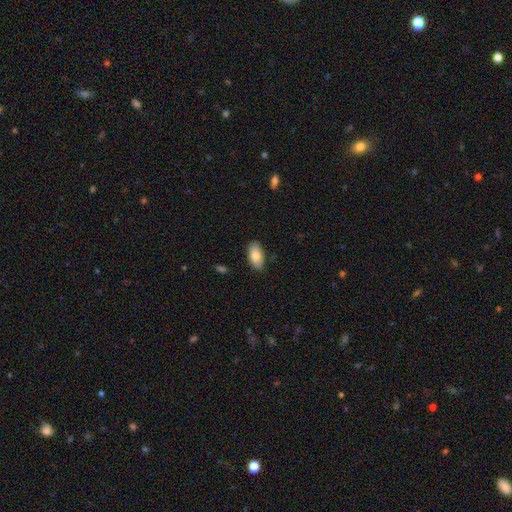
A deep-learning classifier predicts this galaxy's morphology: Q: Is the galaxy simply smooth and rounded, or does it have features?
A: smooth — 82%.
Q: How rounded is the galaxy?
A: in between — 93%.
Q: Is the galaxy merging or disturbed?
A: none — 84%.